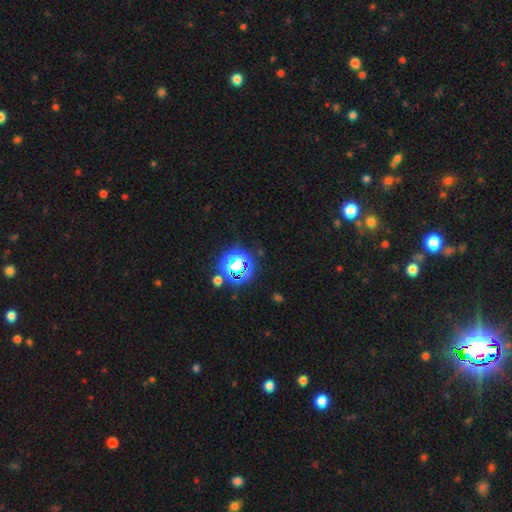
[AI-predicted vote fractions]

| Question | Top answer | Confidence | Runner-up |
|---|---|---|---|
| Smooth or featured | star or artifact | 76% | smooth (17%) |